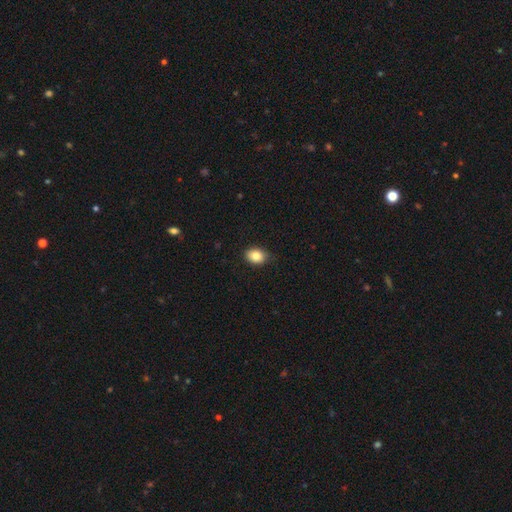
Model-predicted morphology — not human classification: smooth 85%, star or artifact 9%, featured or disk 6%. Down the decision tree: how rounded — in between (62%); merging — none (81%).